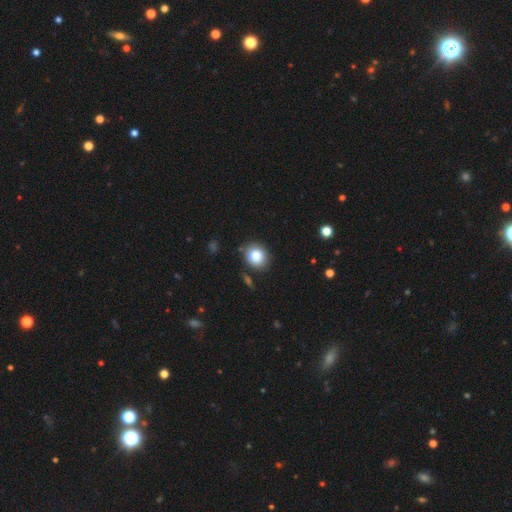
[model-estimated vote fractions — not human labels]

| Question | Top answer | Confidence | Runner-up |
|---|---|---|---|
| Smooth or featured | smooth | 82% | star or artifact (10%) |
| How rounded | round | 71% | in between (28%) |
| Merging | none | 84% | minor disturbance (10%) |